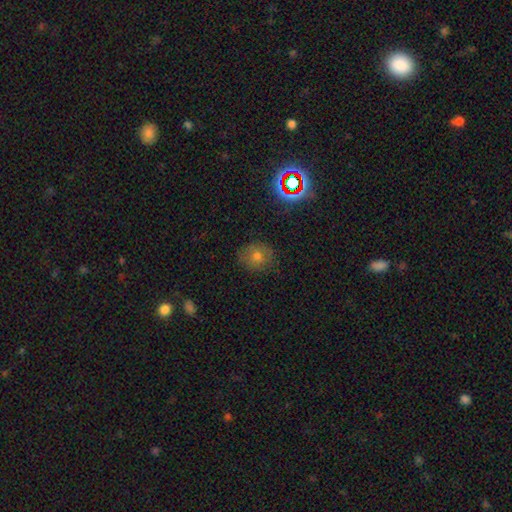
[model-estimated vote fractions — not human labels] Q: Smooth or featured?
A: smooth (56%); runner-up: star or artifact (26%)
Q: How rounded?
A: round (80%); runner-up: in between (19%)
Q: Merging?
A: none (83%); runner-up: minor disturbance (12%)